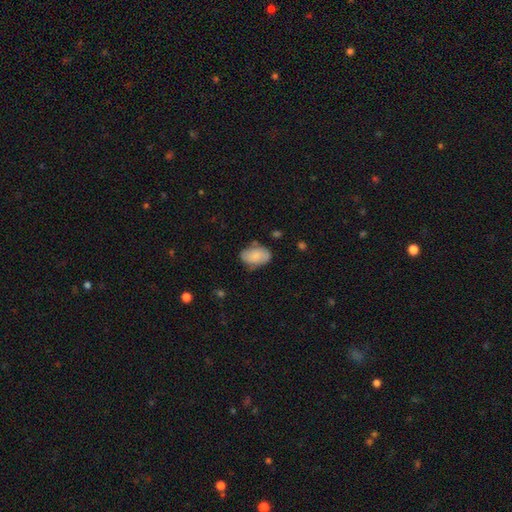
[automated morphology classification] Smooth or featured? smooth (76%)
How rounded? in between (90%)
Merging? none (65%)